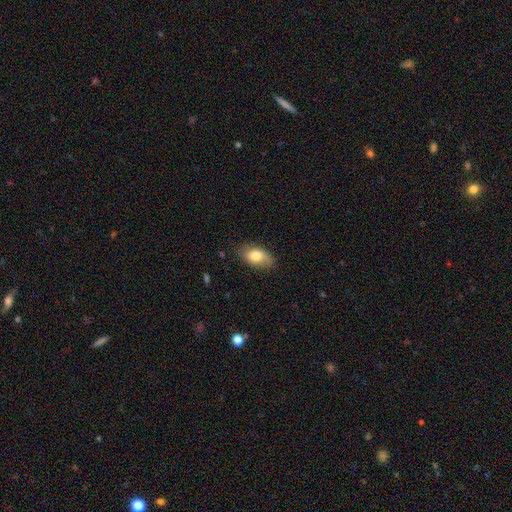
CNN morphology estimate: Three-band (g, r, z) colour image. It shows a smooth galaxy with no disk features (79%) that is in between round and cigar-shaped (91%). Merging: none (76%).